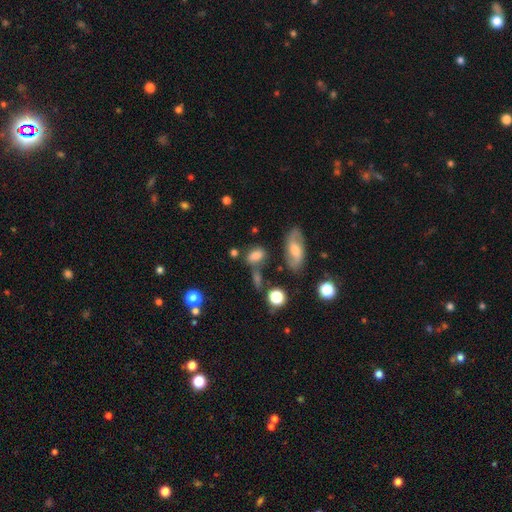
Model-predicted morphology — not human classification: A smooth galaxy with no disk features (72%) that is in between round and cigar-shaped (80%). Merging: none (56%).